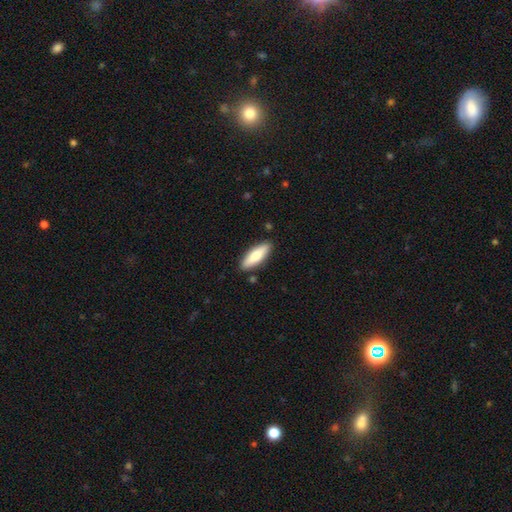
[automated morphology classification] smooth-or-featured: smooth: 75% | featured or disk: 20% | star or artifact: 5%
  how-rounded: in between: 53% | cigar-shaped: 45% | round: 2%
  merging: none: 87% | minor disturbance: 9% | merger: 2% | major disturbance: 2%